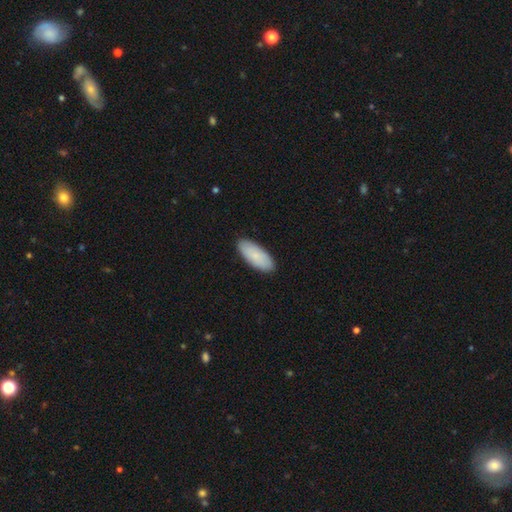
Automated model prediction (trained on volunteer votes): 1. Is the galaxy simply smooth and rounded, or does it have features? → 85% smooth, 10% featured or disk, 5% star or artifact.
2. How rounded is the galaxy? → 85% in between, 13% cigar-shaped, 2% round.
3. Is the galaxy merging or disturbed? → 89% none, 9% minor disturbance, 2% major disturbance, 1% merger.